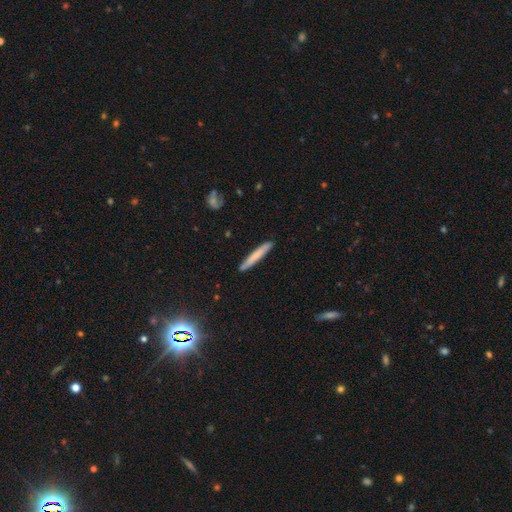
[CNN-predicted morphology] The model was most divided on "smooth or featured": smooth: 70%, featured or disk: 24%, star or artifact: 6%. More confident: how rounded — cigar-shaped (96%); merging — none (89%).